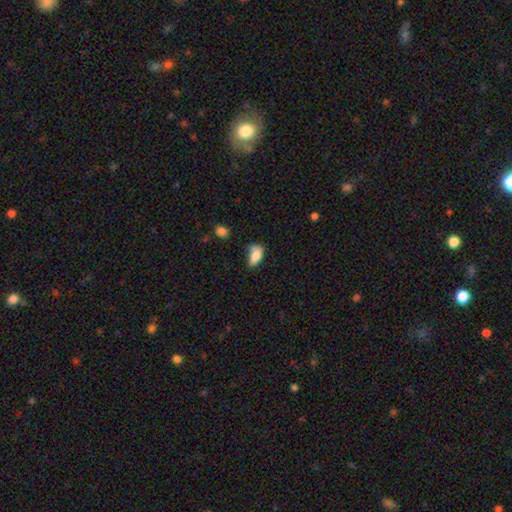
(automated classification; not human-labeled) Smooth or featured: smooth — 81% (featured or disk — 11%)
How rounded: in between — 89% (round — 7%)
Merging: none — 39% (tied with minor disturbance — 39%)